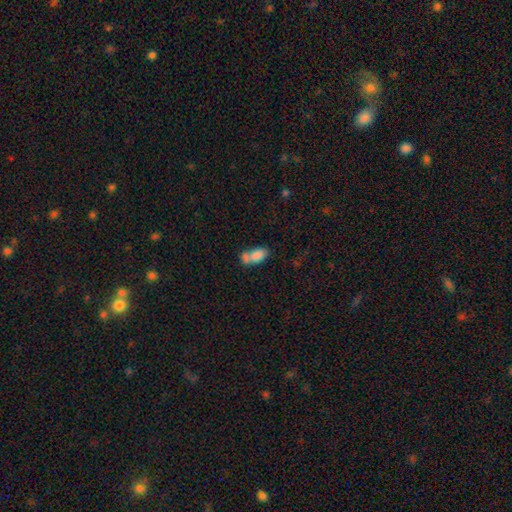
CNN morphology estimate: smooth_or_featured: smooth (p=0.80) [alt: featured or disk p=0.11]
how_rounded: in between (p=0.91) [alt: round p=0.06]
merging: merger (p=0.50) [alt: none p=0.30]